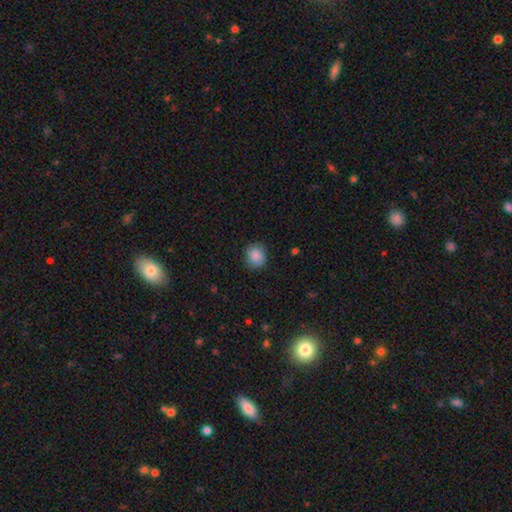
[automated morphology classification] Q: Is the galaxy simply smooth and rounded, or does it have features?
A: smooth — 86%.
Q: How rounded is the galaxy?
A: round — 81%.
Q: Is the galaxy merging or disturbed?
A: none — 85%.